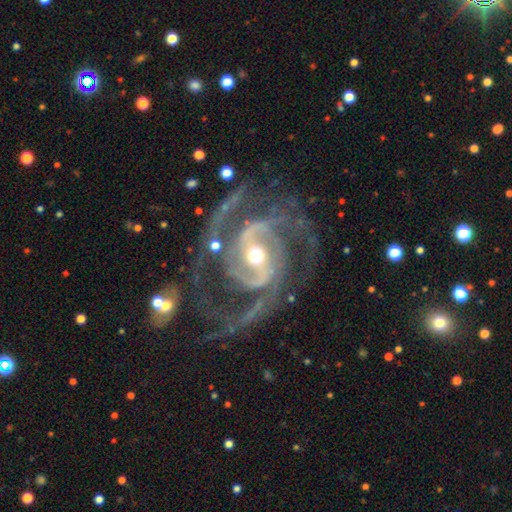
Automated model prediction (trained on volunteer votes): featured or disk 93%, star or artifact 4%, smooth 3%. Down the decision tree: edge-on disk — no (98%); bar — strong (41%); spiral arms — yes (98%); spiral arm count — 2 (74%); spiral winding — medium (54%); bulge size — moderate (67%); merging — none (64%).